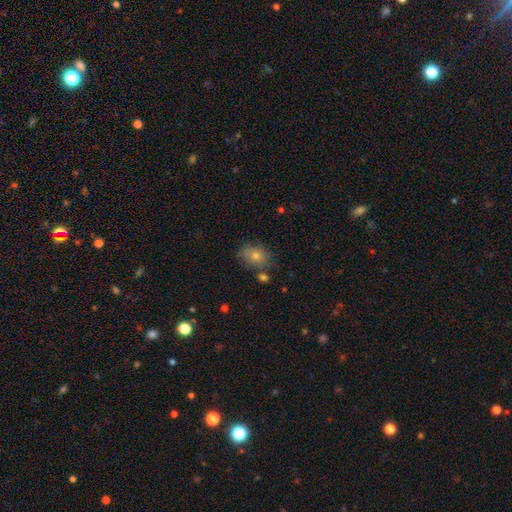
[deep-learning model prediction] This appears to be a smooth galaxy with no disk features (70%) that is in between round and cigar-shaped (62%). Merging: none (74%).